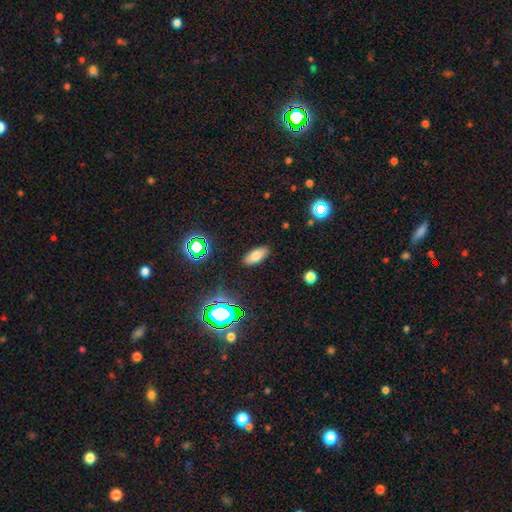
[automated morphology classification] A smooth galaxy with no disk features (74%) that is in between round and cigar-shaped (85%). Merging: none (87%).